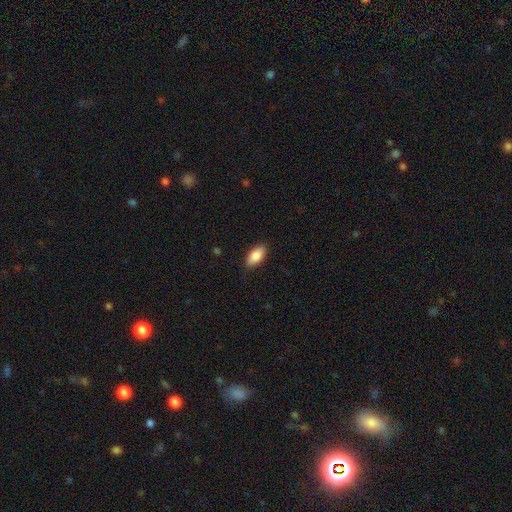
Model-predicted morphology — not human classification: smooth 88%, star or artifact 6%, featured or disk 6%. Down the decision tree: how rounded — in between (93%); merging — none (86%).